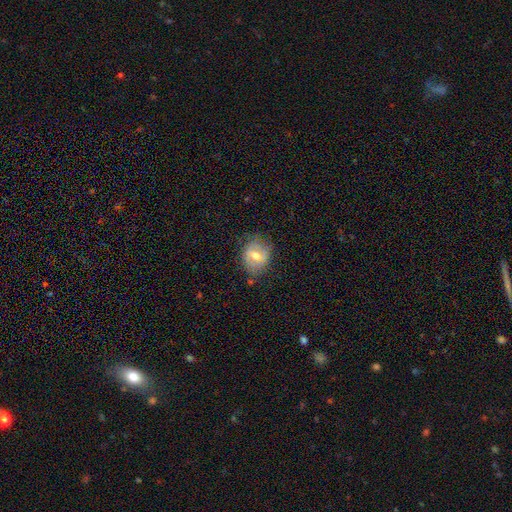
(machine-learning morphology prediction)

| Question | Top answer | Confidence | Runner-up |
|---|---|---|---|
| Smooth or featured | featured or disk | 51% | smooth (41%) |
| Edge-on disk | no | 94% | yes (6%) |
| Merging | none | 69% | minor disturbance (22%) |